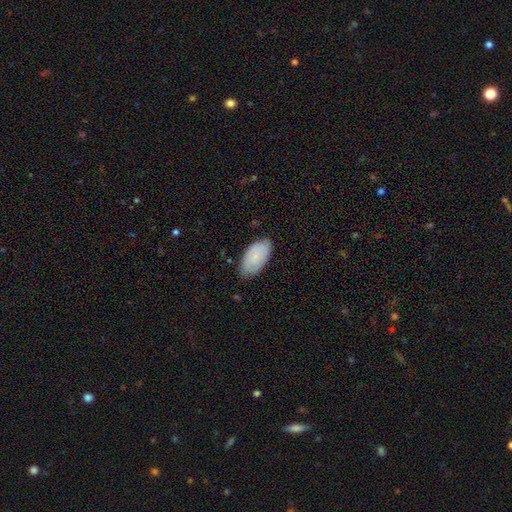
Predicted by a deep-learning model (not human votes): smooth 81%, featured or disk 12%, star or artifact 6%. Down the decision tree: how rounded — in between (95%); merging — none (78%).